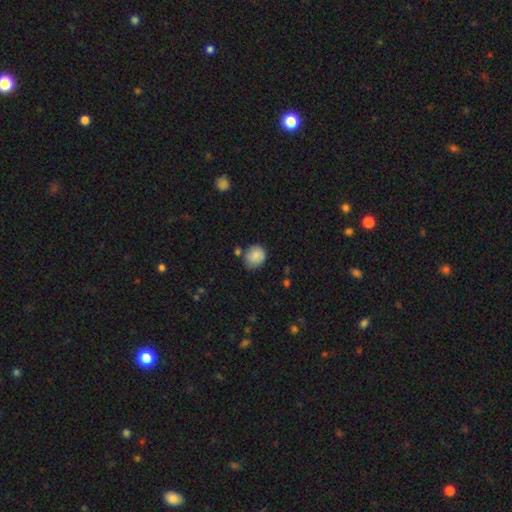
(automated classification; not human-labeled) A smooth galaxy with no disk features (85%) that is round (68%). Merging: none (64%).